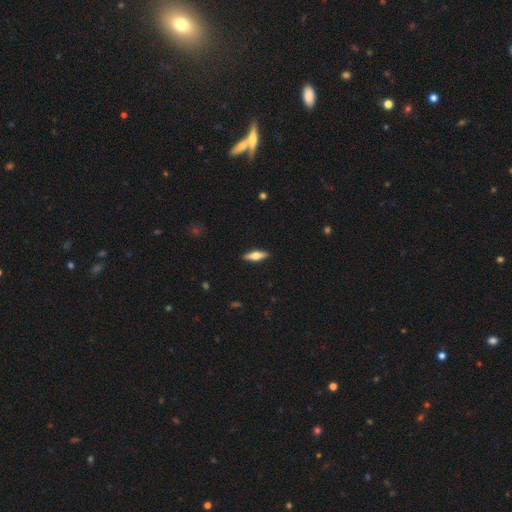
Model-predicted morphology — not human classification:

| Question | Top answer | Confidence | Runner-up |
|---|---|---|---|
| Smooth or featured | smooth | 49% | featured or disk (45%) |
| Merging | none | 90% | minor disturbance (7%) |